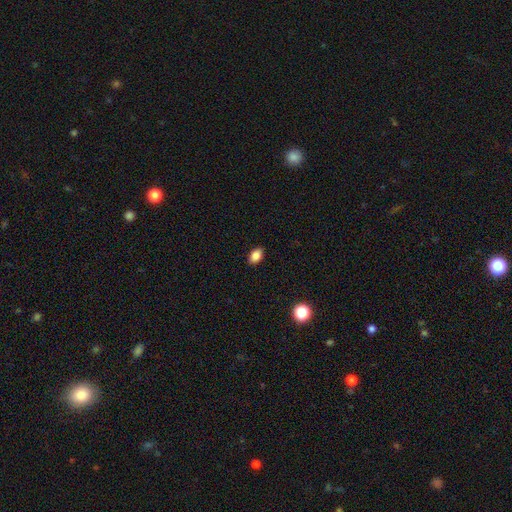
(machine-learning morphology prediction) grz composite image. It shows a smooth galaxy with no disk features (85%) that is in between round and cigar-shaped (85%). Merging: none (89%).